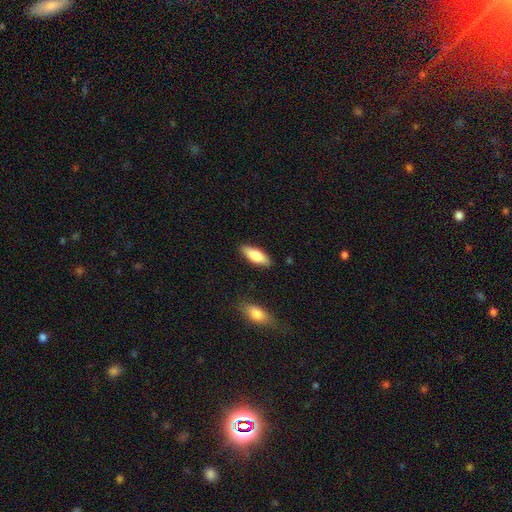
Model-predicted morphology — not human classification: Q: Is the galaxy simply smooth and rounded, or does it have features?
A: smooth — 77%.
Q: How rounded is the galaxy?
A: in between — 67%.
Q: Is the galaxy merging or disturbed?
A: none — 86%.